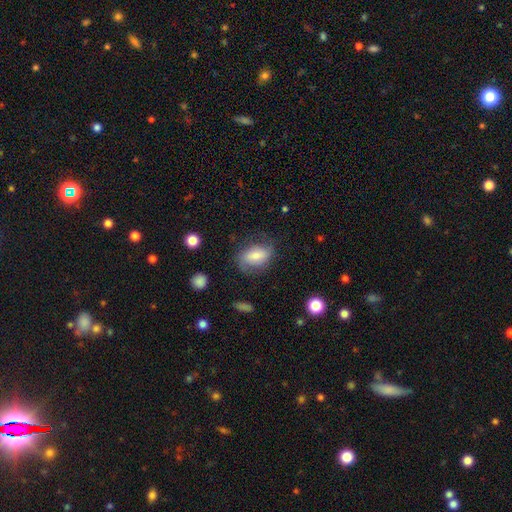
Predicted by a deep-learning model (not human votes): This is likely a smooth galaxy (64%). How rounded: clearly in between (81%). Merging: likely none (62%).